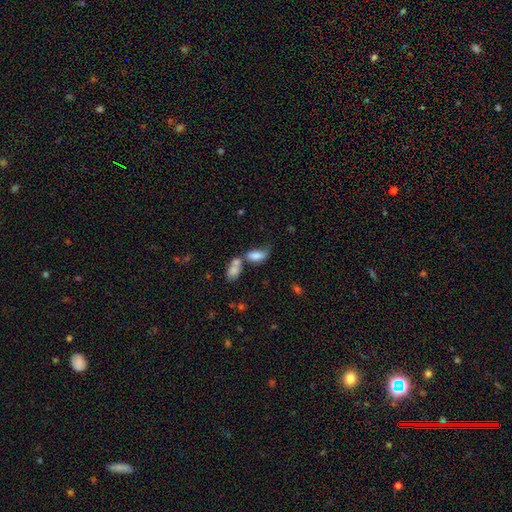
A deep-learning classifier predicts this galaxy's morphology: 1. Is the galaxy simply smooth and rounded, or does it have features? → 77% smooth, 14% featured or disk, 9% star or artifact.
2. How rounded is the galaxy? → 86% in between, 9% cigar-shaped, 5% round.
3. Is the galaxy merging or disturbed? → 53% merger, 24% none, 14% minor disturbance, 9% major disturbance.